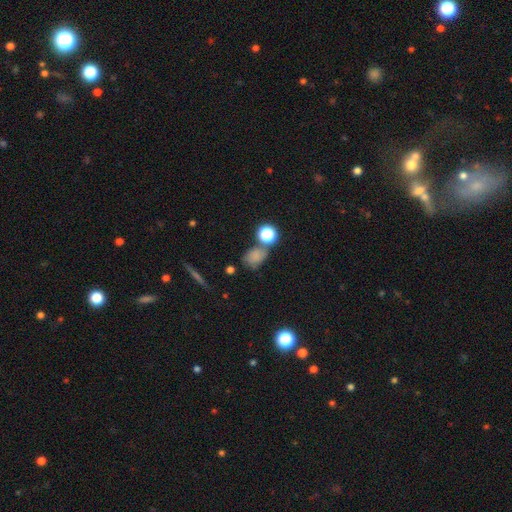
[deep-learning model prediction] smooth_or_featured: smooth (p=0.71) [alt: star or artifact p=0.17]
how_rounded: in between (p=0.61) [alt: round p=0.37]
merging: none (p=0.49) [alt: merger p=0.24]